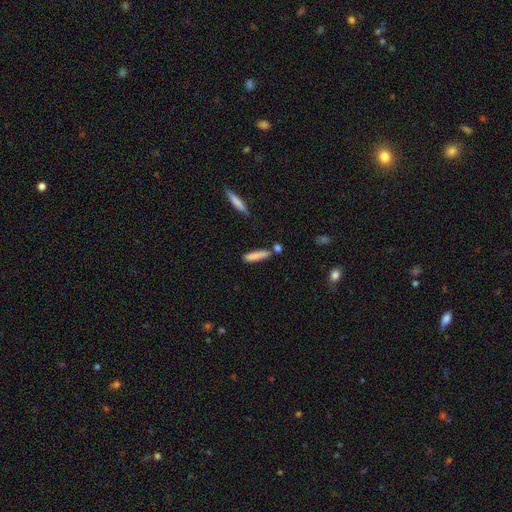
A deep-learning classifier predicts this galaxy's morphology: A smooth galaxy with no disk features (82%) that is cigar-shaped (80%).

Vote fractions:
- Smooth or featured? smooth: 82% / featured or disk: 11% / star or artifact: 7%
- How rounded? cigar-shaped: 80% / in between: 18% / round: 2%
- Merging? none: 71% / minor disturbance: 13% / merger: 12% / major disturbance: 3%